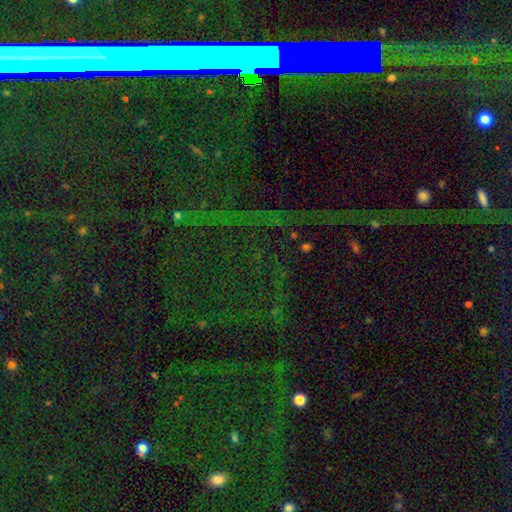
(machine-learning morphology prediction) This appears to be a star or artifact, not a galaxy (82%).